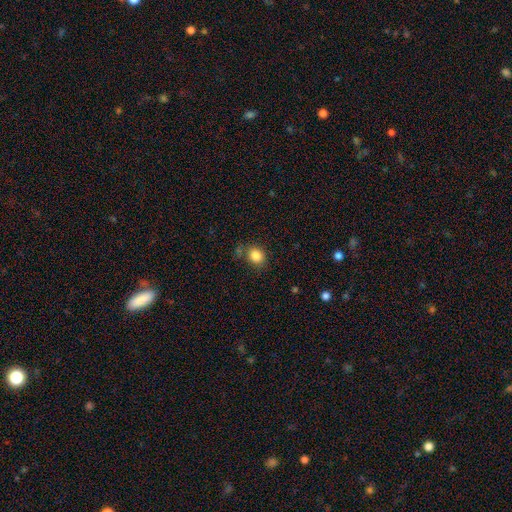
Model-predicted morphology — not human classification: This is clearly a smooth galaxy (85%). How rounded: likely round (63%). Merging: likely none (73%).